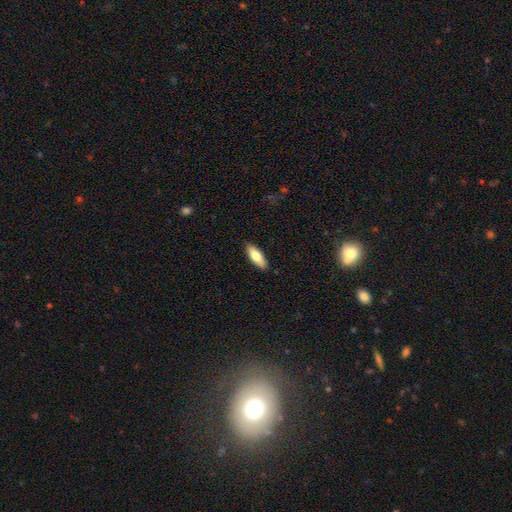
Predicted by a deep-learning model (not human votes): The model was most divided on "how rounded": in between: 69%, cigar-shaped: 29%, round: 2%. More confident: merging — none (88%); smooth or featured — smooth (75%).